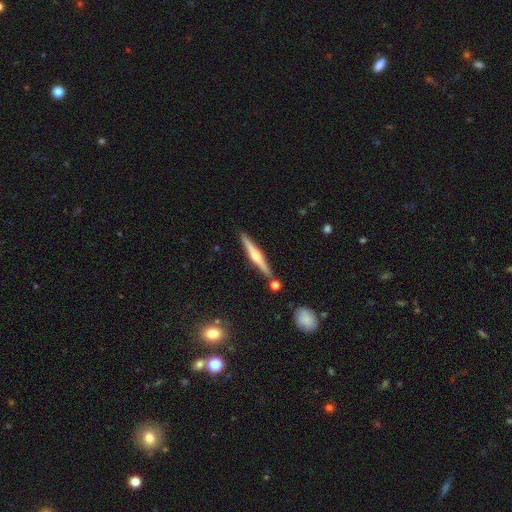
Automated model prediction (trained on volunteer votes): smooth-or-featured: featured or disk: 70% | smooth: 24% | star or artifact: 6%
  disk-edge-on: yes: 98% | no: 2%
    edge-on-bulge: rounded: 88% | none: 6% | boxy: 5%
  merging: none: 85% | minor disturbance: 8% | merger: 5% | major disturbance: 2%